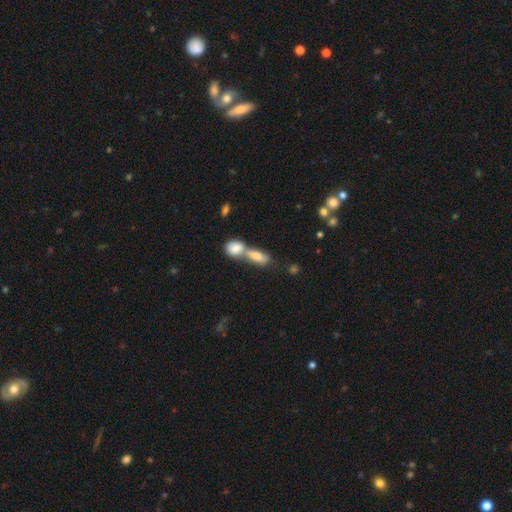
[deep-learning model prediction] Smooth or featured? Predicted: smooth (p=0.60). How rounded? Predicted: in between (p=0.58). Merging? Predicted: merger (p=0.51).